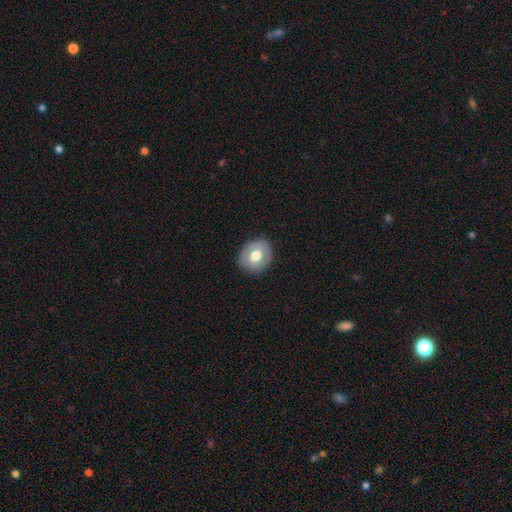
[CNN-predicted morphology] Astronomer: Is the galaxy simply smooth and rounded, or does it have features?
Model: smooth — 58% (runner-up: featured or disk, 36%).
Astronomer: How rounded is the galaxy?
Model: round — 70%.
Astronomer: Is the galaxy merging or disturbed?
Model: none — 86%.